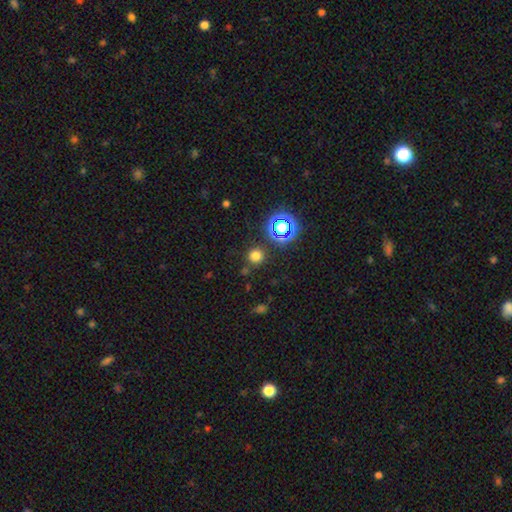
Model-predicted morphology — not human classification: smooth-or-featured: smooth: 71% | star or artifact: 23% | featured or disk: 6%
  how-rounded: round: 94% | in between: 5% | cigar-shaped: 1%
  merging: none: 84% | minor disturbance: 8% | merger: 5% | major disturbance: 3%